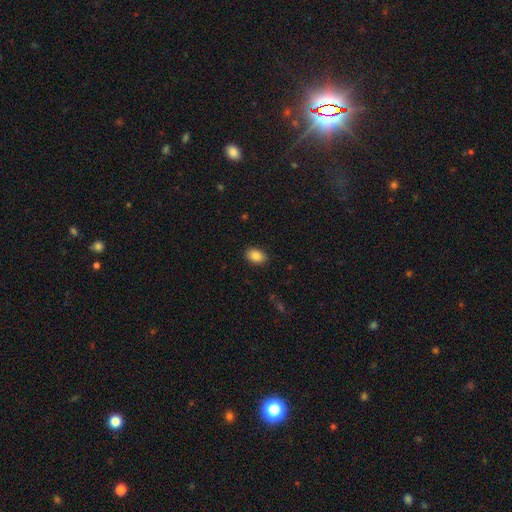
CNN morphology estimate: Overall: smooth (87%). How rounded: in between (87%). Merging: none (88%).